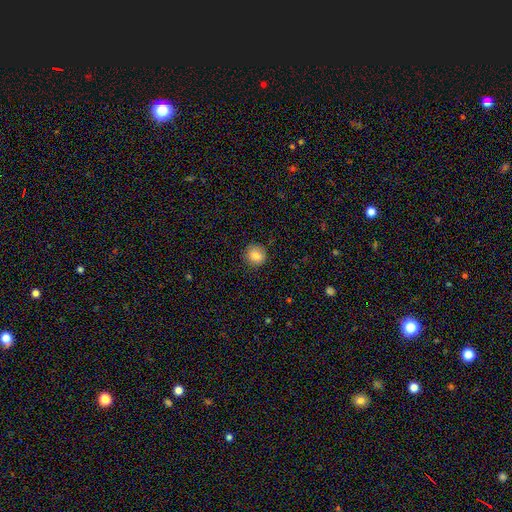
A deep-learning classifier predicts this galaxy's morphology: smooth-or-featured: smooth: 84% | star or artifact: 9% | featured or disk: 6%
  how-rounded: round: 88% | in between: 11% | cigar-shaped: 1%
  merging: none: 87% | minor disturbance: 9% | major disturbance: 2% | merger: 1%